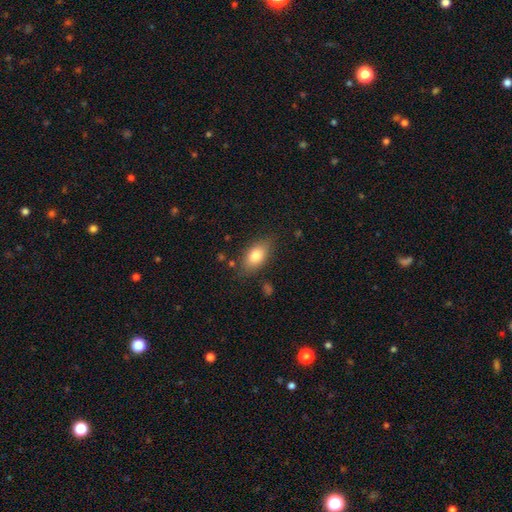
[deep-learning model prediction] Smooth or featured?
  - smooth: 80% *
  - featured or disk: 13%
  - star or artifact: 8%
How rounded?
  - in between: 87% *
  - round: 8%
  - cigar-shaped: 5%
Merging?
  - none: 79% *
  - minor disturbance: 15%
  - major disturbance: 4%
  - merger: 2%